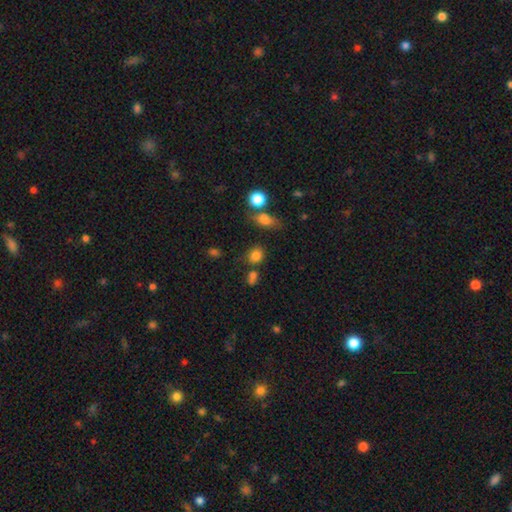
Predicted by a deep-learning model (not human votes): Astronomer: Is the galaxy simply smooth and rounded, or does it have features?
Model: smooth — 80%.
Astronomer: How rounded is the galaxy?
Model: round — 66%.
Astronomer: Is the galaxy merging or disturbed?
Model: none — 67%.